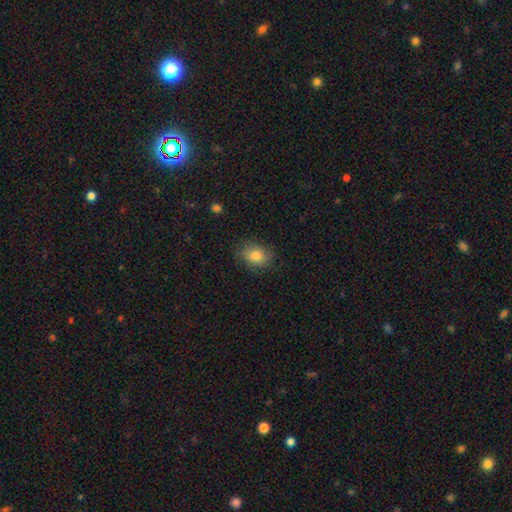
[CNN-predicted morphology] A smooth galaxy with no disk features (81%) that is in between round and cigar-shaped (59%).

Vote fractions:
- Smooth or featured? smooth: 81% / featured or disk: 10% / star or artifact: 9%
- How rounded? in between: 59% / round: 40% / cigar-shaped: 1%
- Merging? none: 77% / minor disturbance: 17% / major disturbance: 4% / merger: 1%